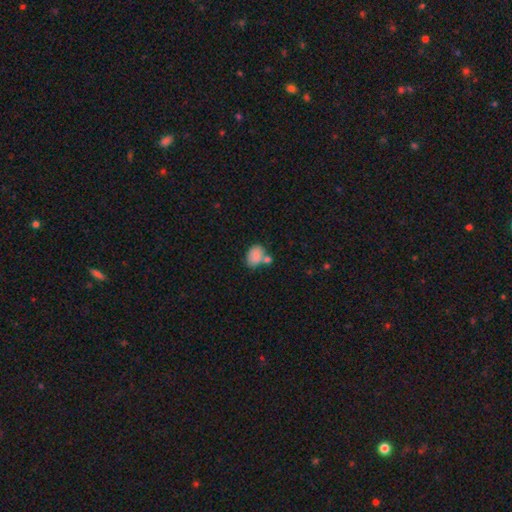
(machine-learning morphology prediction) Smooth or featured?
  - smooth: 84% *
  - star or artifact: 8%
  - featured or disk: 7%
How rounded?
  - in between: 73% *
  - round: 26%
  - cigar-shaped: 1%
Merging?
  - none: 48% *
  - merger: 30%
  - minor disturbance: 17%
  - major disturbance: 6%